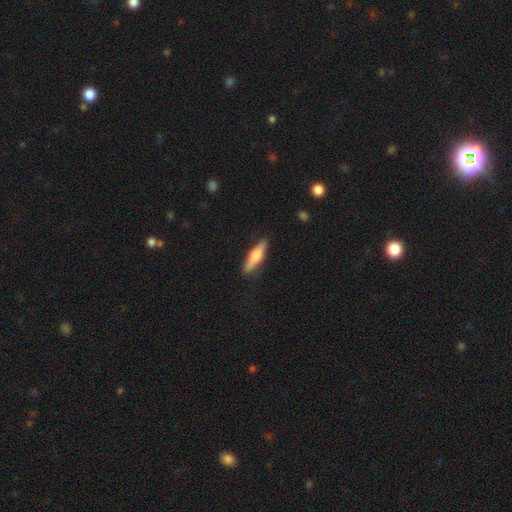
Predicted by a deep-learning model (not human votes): A smooth galaxy with no disk features (51%) that is cigar-shaped (74%). Merging: none (86%).